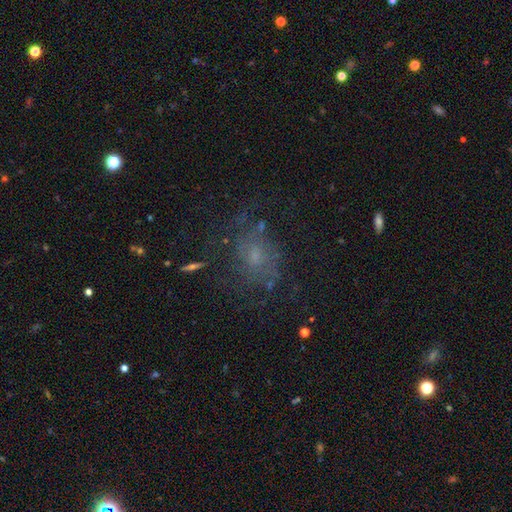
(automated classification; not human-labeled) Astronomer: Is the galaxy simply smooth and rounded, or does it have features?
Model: featured or disk — 45% (runner-up: smooth, 33%).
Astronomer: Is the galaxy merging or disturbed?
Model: none — 60%.